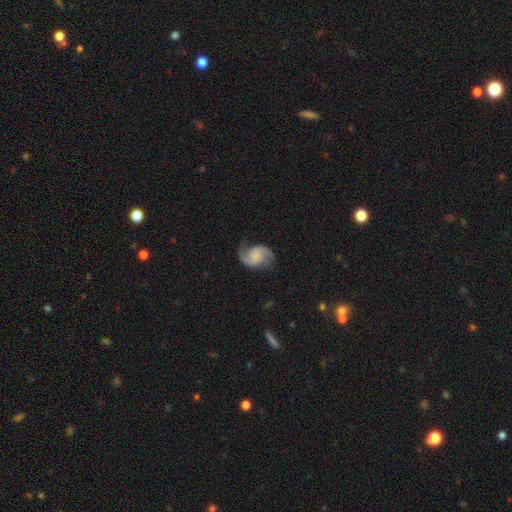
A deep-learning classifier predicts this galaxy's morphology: type=featured or disk (85%); edge-on=no (98%); bar=no (60%); spiral arms=yes (97%); winding=medium (49%); arm count=2 (92%); bulge=none (39%); merging=none (74%).